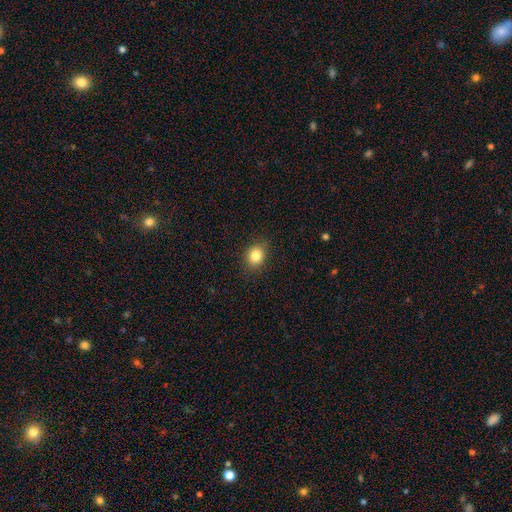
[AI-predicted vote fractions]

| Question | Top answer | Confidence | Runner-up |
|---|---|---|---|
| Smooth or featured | smooth | 83% | star or artifact (11%) |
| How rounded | round | 65% | in between (34%) |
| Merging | none | 86% | minor disturbance (10%) |